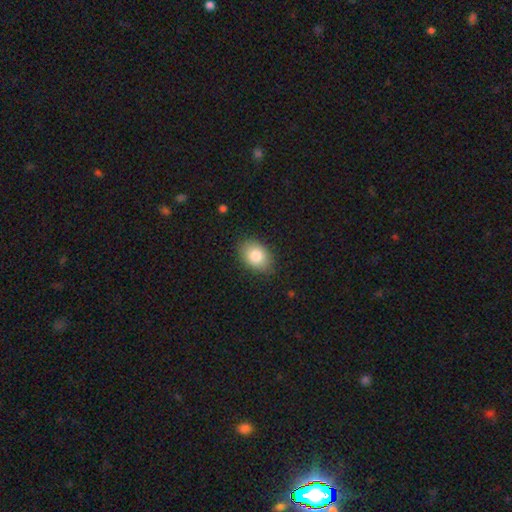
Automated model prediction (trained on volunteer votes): Morphology: type=smooth (83%); roundness=in between (80%); merging=none (84%).